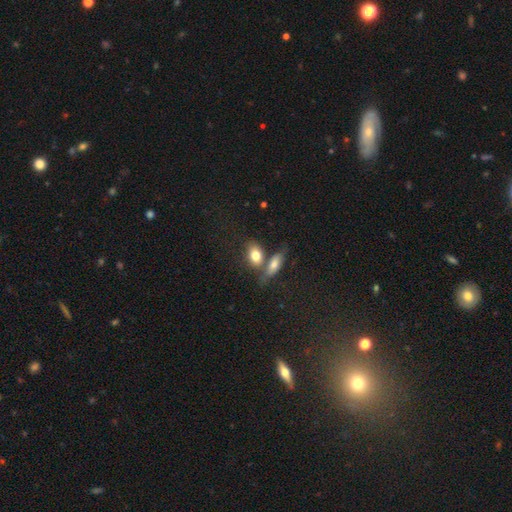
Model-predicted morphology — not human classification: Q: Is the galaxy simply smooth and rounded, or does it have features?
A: smooth — 77%.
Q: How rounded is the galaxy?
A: in between — 80%.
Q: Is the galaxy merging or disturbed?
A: none — 44%.